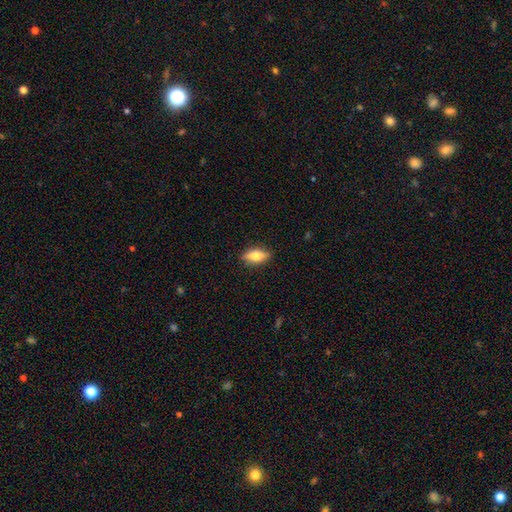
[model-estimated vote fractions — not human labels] Q: Smooth or featured?
A: smooth (66%); runner-up: featured or disk (27%)
Q: How rounded?
A: in between (76%); runner-up: cigar-shaped (20%)
Q: Merging?
A: none (86%); runner-up: minor disturbance (11%)